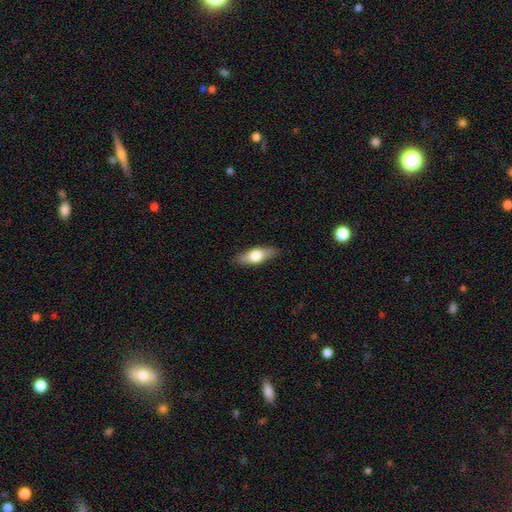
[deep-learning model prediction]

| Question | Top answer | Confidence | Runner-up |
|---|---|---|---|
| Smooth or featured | smooth | 60% | featured or disk (34%) |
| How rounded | in between | 64% | cigar-shaped (32%) |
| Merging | none | 88% | minor disturbance (9%) |